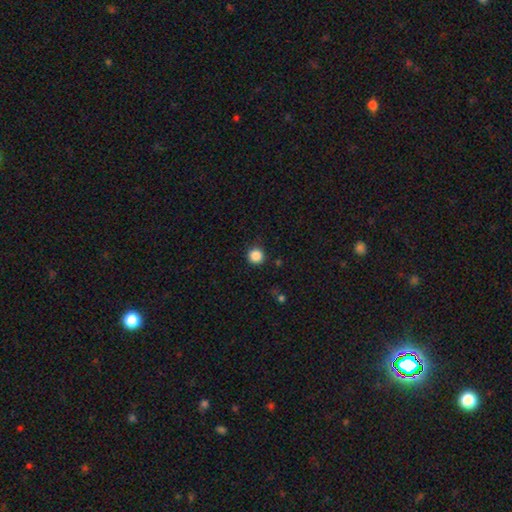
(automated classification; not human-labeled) This appears to be a smooth galaxy with no disk features (86%) that is round (95%). Merging: none (90%).